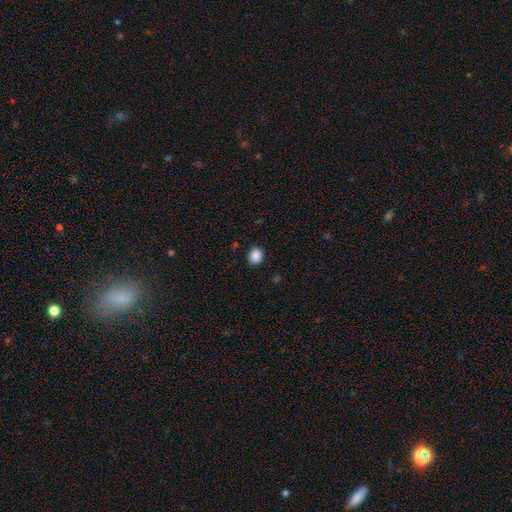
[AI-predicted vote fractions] Q: Smooth or featured?
A: smooth (88%); runner-up: star or artifact (9%)
Q: How rounded?
A: round (63%); runner-up: in between (36%)
Q: Merging?
A: none (89%); runner-up: minor disturbance (8%)